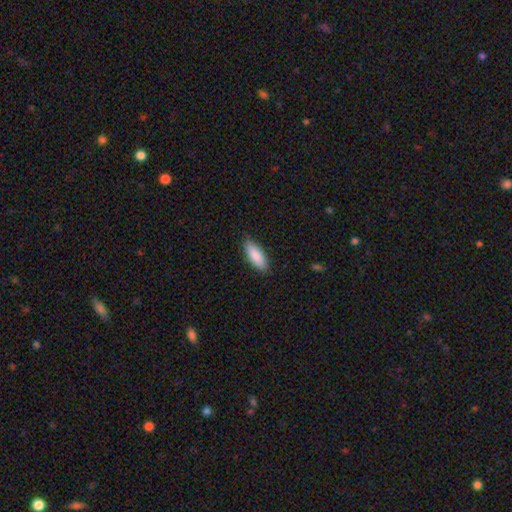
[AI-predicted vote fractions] A smooth galaxy with no disk features (88%) that is in between round and cigar-shaped (69%).

Vote fractions:
- Smooth or featured? smooth: 88% / featured or disk: 6% / star or artifact: 6%
- How rounded? in between: 69% / cigar-shaped: 30% / round: 2%
- Merging? none: 86% / minor disturbance: 11% / major disturbance: 2% / merger: 1%